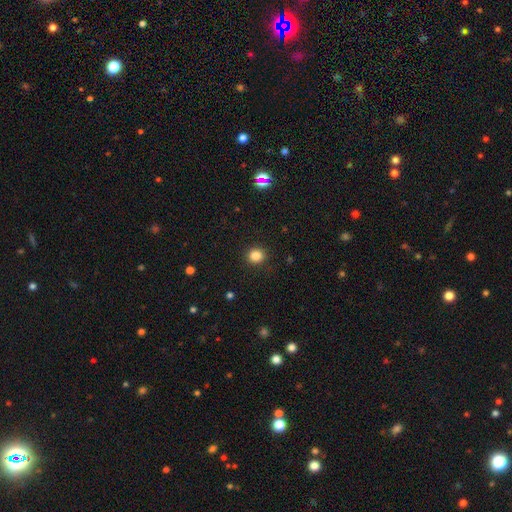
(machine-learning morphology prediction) A smooth galaxy with no disk features (84%) that is round (89%).

Vote fractions:
- Smooth or featured? smooth: 84% / star or artifact: 12% / featured or disk: 4%
- How rounded? round: 89% / in between: 10% / cigar-shaped: 1%
- Merging? none: 91% / minor disturbance: 6% / major disturbance: 2% / merger: 1%